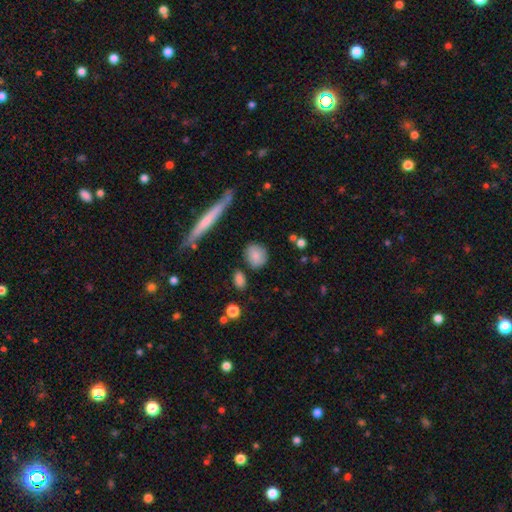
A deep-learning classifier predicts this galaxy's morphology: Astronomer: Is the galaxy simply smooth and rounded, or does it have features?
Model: smooth — 83%.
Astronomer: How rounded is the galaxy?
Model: round — 65%.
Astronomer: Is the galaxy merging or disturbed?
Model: none — 81%.